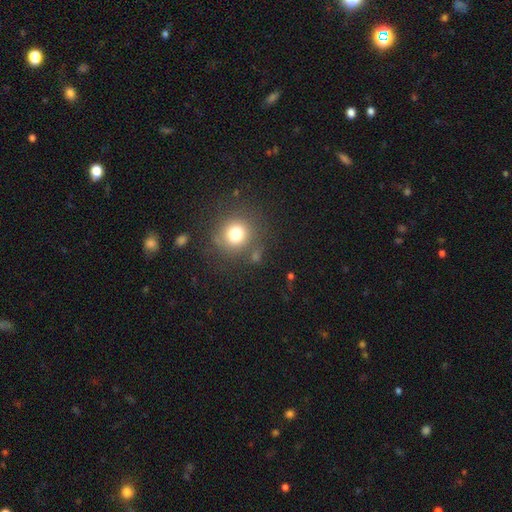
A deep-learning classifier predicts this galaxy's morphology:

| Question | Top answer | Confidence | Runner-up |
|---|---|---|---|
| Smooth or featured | smooth | 74% | star or artifact (17%) |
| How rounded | round | 90% | in between (9%) |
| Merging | none | 80% | minor disturbance (10%) |